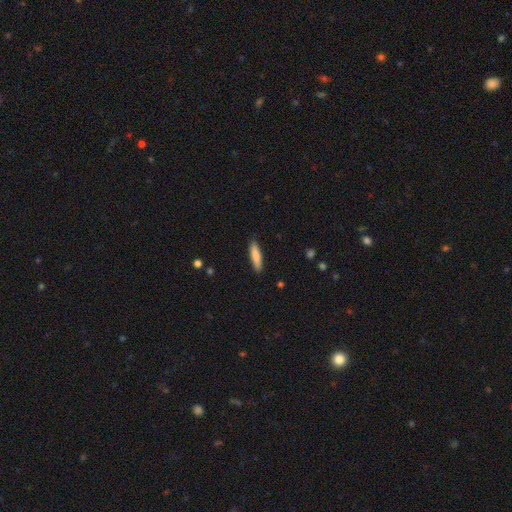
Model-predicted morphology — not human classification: Overall: smooth (82%). How rounded: cigar-shaped (78%). Merging: none (89%).